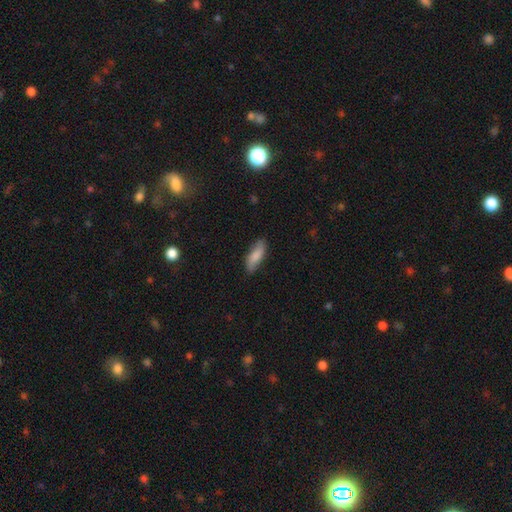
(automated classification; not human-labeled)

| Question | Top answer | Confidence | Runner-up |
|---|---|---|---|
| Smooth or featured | smooth | 79% | featured or disk (15%) |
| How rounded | in between | 59% | cigar-shaped (39%) |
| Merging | none | 79% | minor disturbance (17%) |